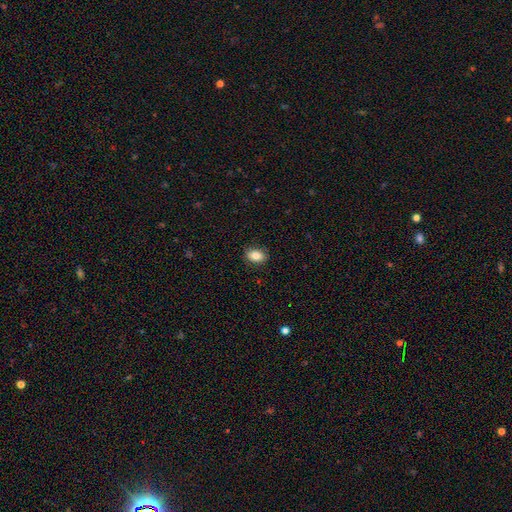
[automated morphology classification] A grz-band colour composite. It shows a smooth galaxy with no disk features (84%) that is in between round and cigar-shaped (80%). Merging: none (89%).